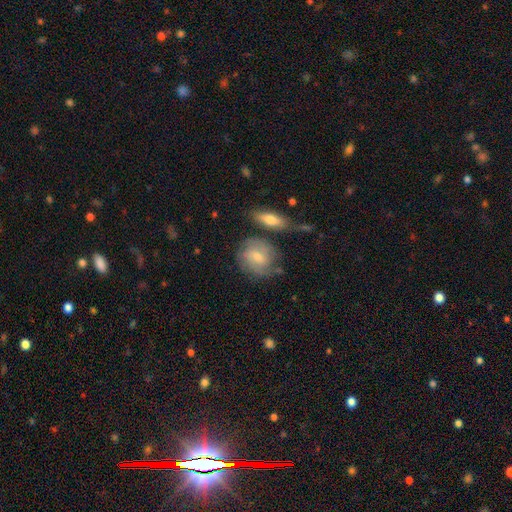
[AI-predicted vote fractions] Q: Smooth or featured?
A: featured or disk (53%); runner-up: smooth (37%)
Q: Edge-on disk?
A: no (94%); runner-up: yes (6%)
Q: Bar?
A: no (47%); runner-up: weak (44%)
Q: Spiral arms?
A: yes (81%); runner-up: no (19%)
Q: Bulge size?
A: small (51%); runner-up: moderate (42%)
Q: Merging?
A: none (63%); runner-up: minor disturbance (18%)